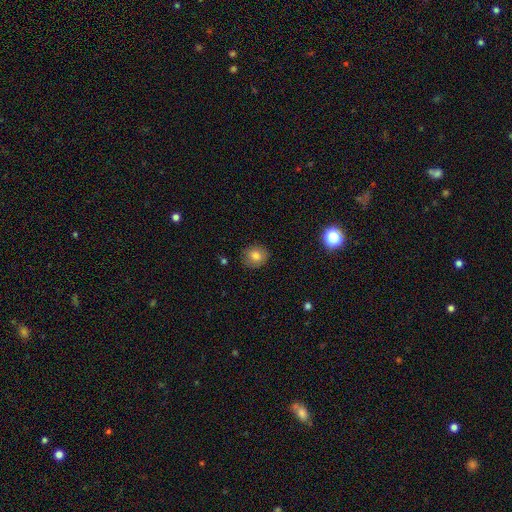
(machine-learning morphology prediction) Smooth or featured?
  - smooth: 77% *
  - star or artifact: 12%
  - featured or disk: 11%
How rounded?
  - round: 76% *
  - in between: 23%
  - cigar-shaped: 1%
Merging?
  - none: 86% *
  - minor disturbance: 11%
  - major disturbance: 2%
  - merger: 1%